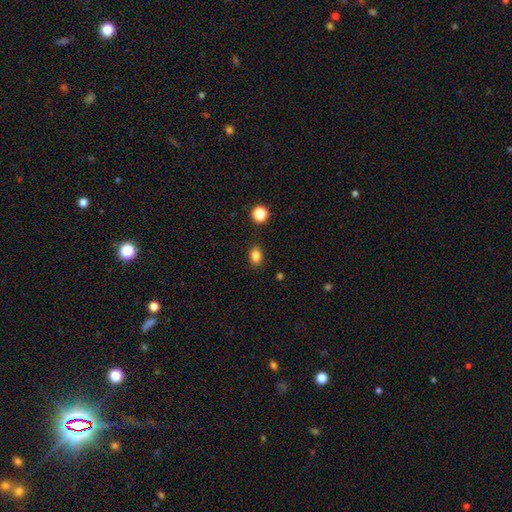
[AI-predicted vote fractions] Smooth or featured: smooth — 84% (star or artifact — 11%)
How rounded: in between — 71% (round — 28%)
Merging: none — 87% (minor disturbance — 9%)